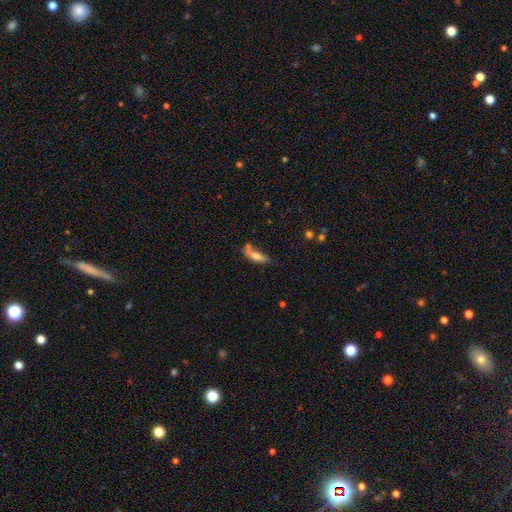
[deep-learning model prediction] smooth 65%, featured or disk 27%, star or artifact 8%. Down the decision tree: how rounded — cigar-shaped (60%); merging — none (44%).